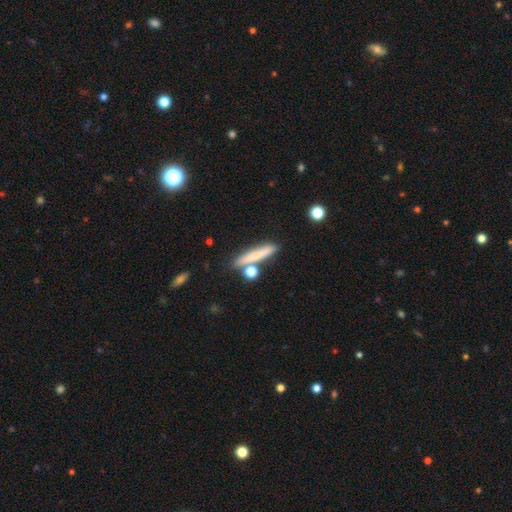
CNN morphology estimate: smooth_or_featured: smooth (p=0.70) [alt: featured or disk p=0.21]
how_rounded: cigar-shaped (p=0.85) [alt: in between p=0.09]
merging: none (p=0.72) [alt: minor disturbance p=0.12]